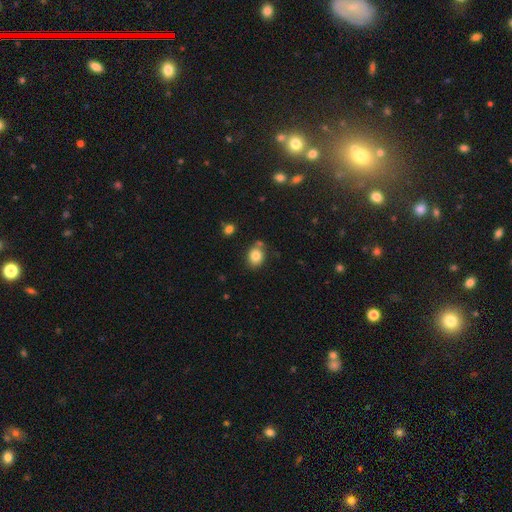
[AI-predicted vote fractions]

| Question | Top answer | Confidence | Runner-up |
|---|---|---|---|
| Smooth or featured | smooth | 83% | star or artifact (10%) |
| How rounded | in between | 50% | round (49%) |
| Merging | none | 72% | minor disturbance (15%) |